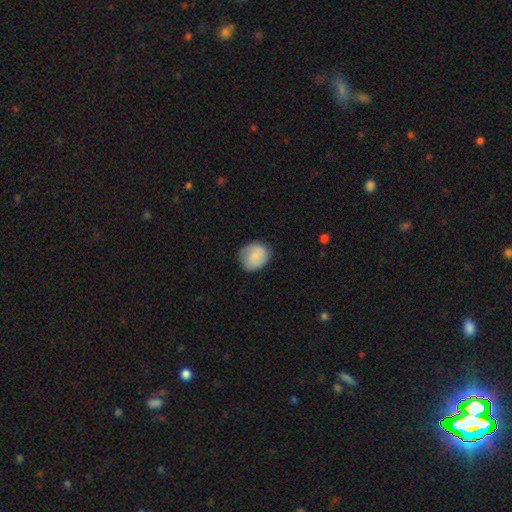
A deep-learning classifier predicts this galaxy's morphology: smooth_or_featured: smooth (p=0.77) [alt: featured or disk p=0.17]
how_rounded: round (p=0.70) [alt: in between p=0.29]
merging: none (p=0.72) [alt: minor disturbance p=0.21]